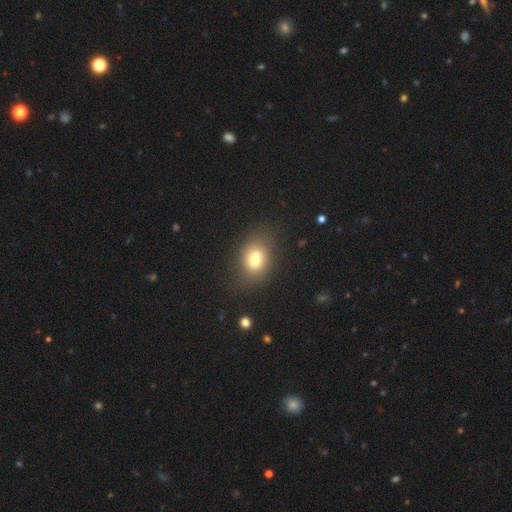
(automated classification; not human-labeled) Smooth or featured?
  - smooth: 74% *
  - star or artifact: 13%
  - featured or disk: 13%
How rounded?
  - in between: 70% *
  - round: 28%
  - cigar-shaped: 2%
Merging?
  - none: 74% *
  - minor disturbance: 15%
  - merger: 6%
  - major disturbance: 5%